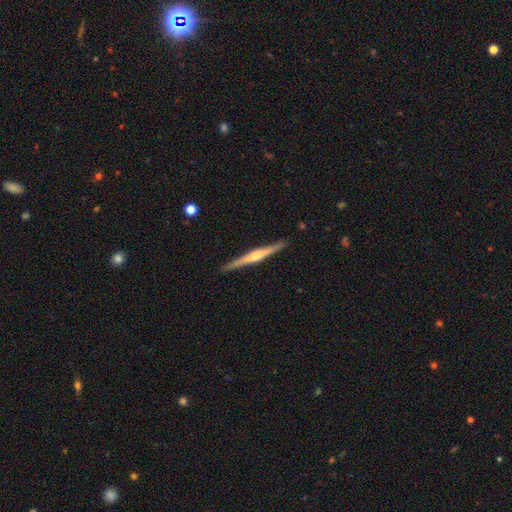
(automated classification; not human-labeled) Q: Smooth or featured?
A: featured or disk (78%); runner-up: smooth (17%)
Q: Edge-on disk?
A: yes (98%); runner-up: no (2%)
Q: Edge-on bulge?
A: rounded (83%); runner-up: none (8%)
Q: Merging?
A: none (91%); runner-up: minor disturbance (7%)